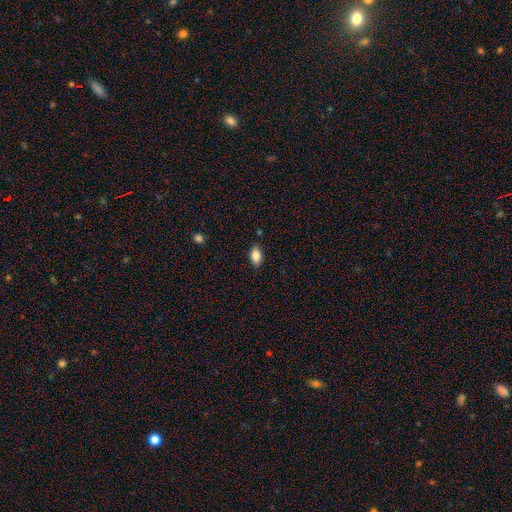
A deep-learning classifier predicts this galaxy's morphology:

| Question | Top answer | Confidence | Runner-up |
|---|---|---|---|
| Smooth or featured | smooth | 85% | star or artifact (8%) |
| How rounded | in between | 90% | round (6%) |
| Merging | none | 82% | minor disturbance (14%) |